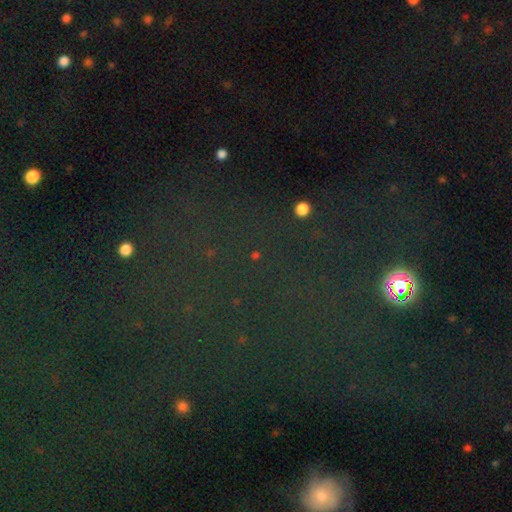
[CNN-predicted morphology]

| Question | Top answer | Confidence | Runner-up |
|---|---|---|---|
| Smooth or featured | star or artifact | 68% | smooth (23%) |